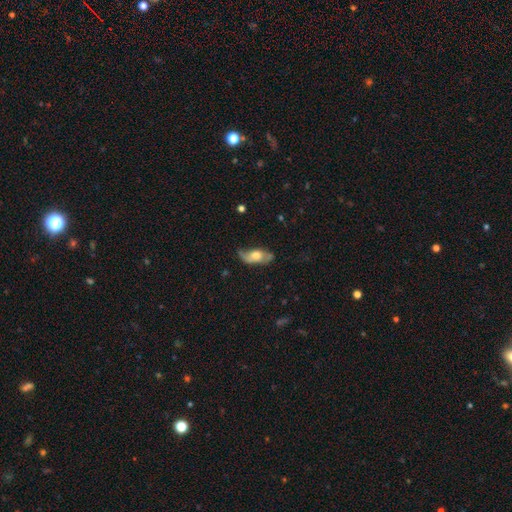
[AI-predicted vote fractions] Smooth or featured? smooth (47%)
Merging? none (51%)